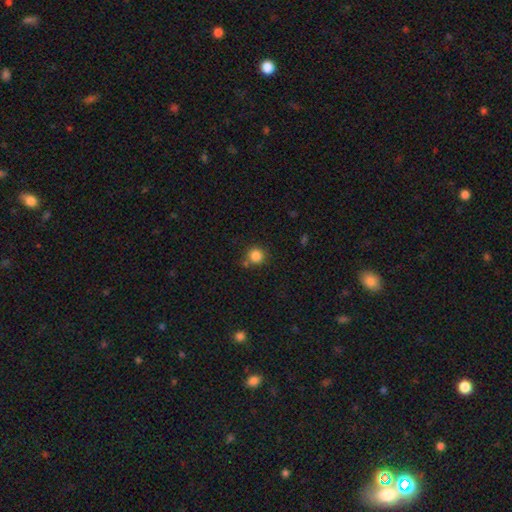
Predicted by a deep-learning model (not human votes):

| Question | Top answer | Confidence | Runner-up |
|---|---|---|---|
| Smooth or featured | smooth | 84% | star or artifact (11%) |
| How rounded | round | 93% | in between (6%) |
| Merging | none | 75% | minor disturbance (12%) |